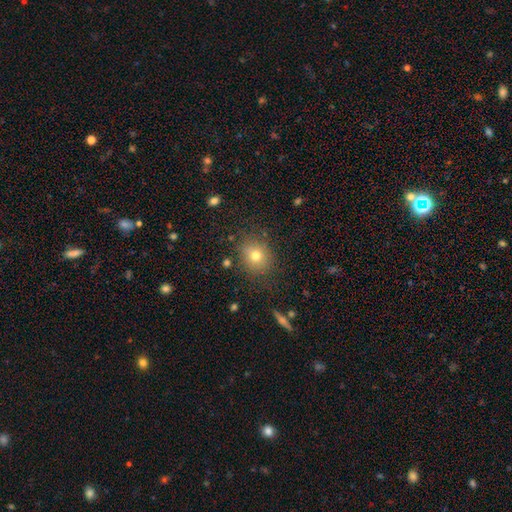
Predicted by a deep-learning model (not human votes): smooth 73%, star or artifact 14%, featured or disk 12%. Down the decision tree: how rounded — round (76%); merging — none (82%).